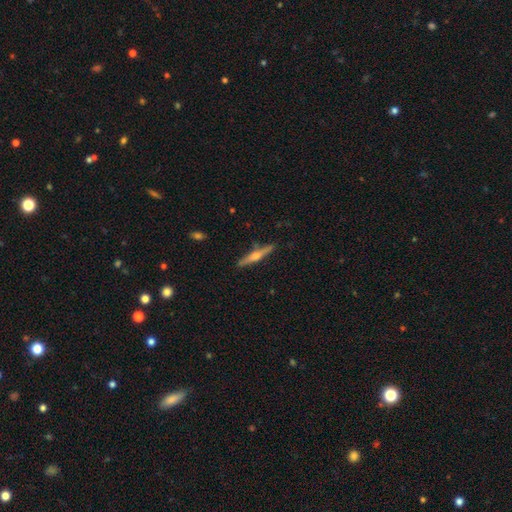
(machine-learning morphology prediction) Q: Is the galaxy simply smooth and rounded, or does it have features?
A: featured or disk — 70%.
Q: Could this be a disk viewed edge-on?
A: yes — 98%.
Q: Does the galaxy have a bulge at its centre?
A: rounded — 87%.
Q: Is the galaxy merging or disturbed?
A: none — 90%.